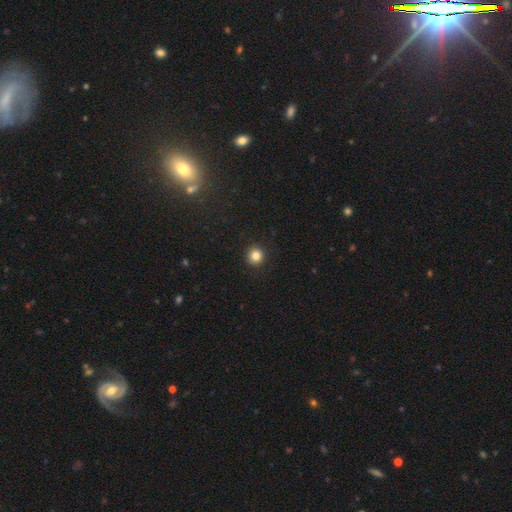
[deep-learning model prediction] Overall: smooth (84%). How rounded: round (92%). Merging: none (93%).